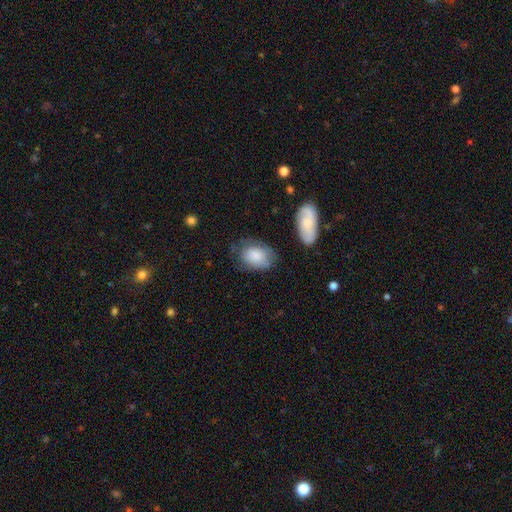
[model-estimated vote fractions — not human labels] smooth 80%, featured or disk 14%, star or artifact 6%. Down the decision tree: how rounded — in between (82%); merging — none (59%).